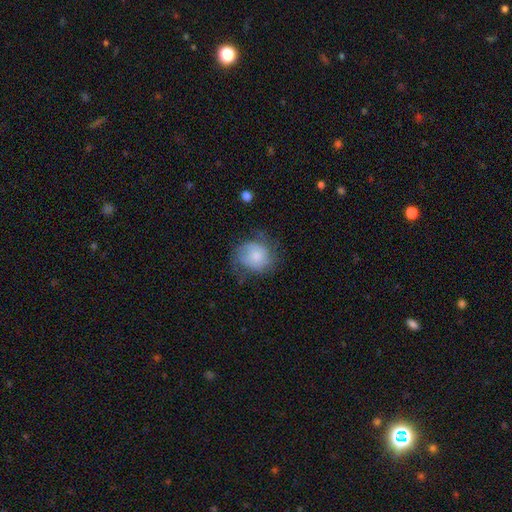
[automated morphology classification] Smooth or featured? smooth (68%)
How rounded? round (72%)
Merging? none (49%)